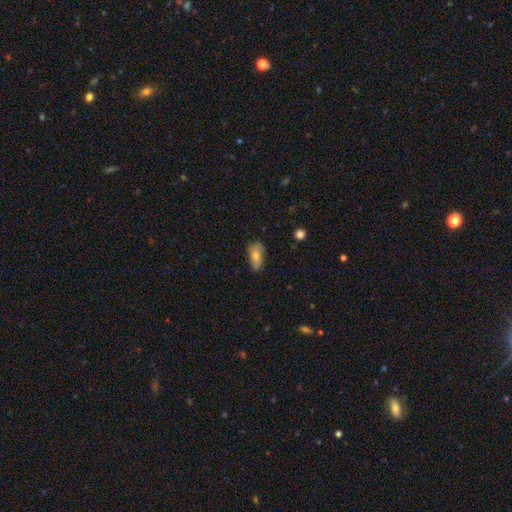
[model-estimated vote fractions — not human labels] Smooth or featured? smooth (70%)
How rounded? in between (89%)
Merging? none (68%)